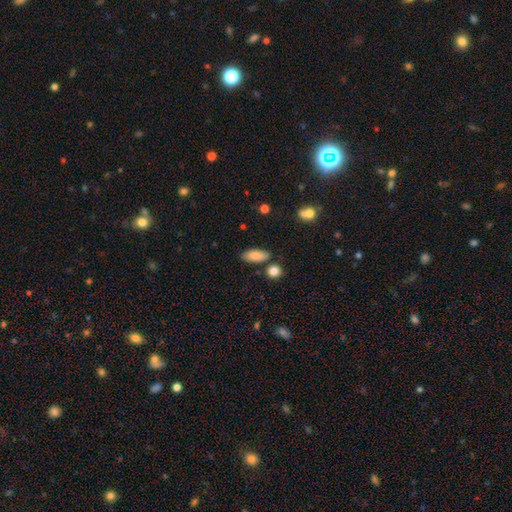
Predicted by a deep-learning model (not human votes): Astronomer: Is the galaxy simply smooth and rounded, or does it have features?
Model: smooth — 84%.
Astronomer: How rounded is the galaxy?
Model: in between — 80%.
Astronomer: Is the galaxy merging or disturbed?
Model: none — 76%.